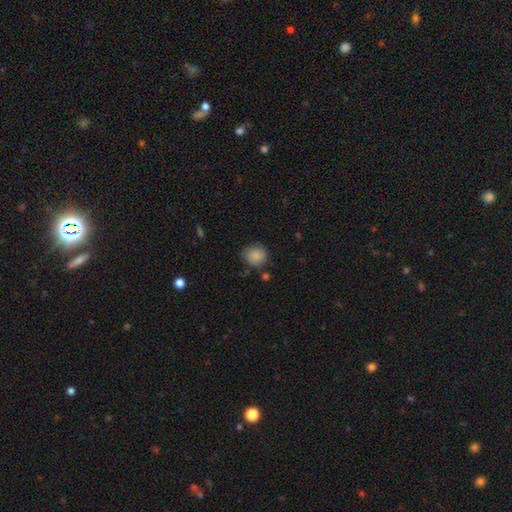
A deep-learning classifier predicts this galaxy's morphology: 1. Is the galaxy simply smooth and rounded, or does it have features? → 84% smooth, 8% featured or disk, 8% star or artifact.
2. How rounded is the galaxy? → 82% round, 17% in between, 1% cigar-shaped.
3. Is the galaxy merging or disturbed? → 72% none, 19% minor disturbance, 5% major disturbance, 4% merger.